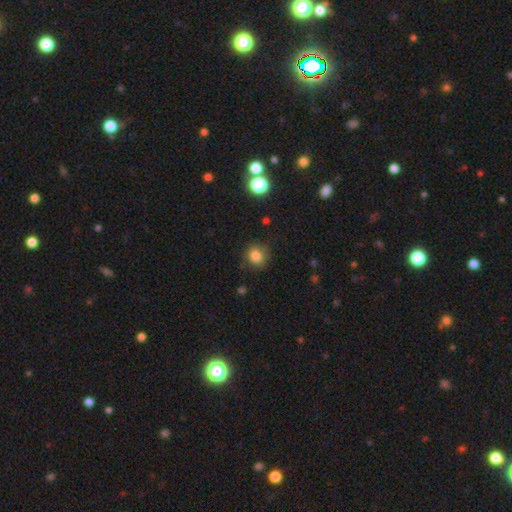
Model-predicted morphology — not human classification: Smooth or featured: smooth — 83% (star or artifact — 11%)
How rounded: round — 81% (in between — 18%)
Merging: none — 77% (minor disturbance — 16%)